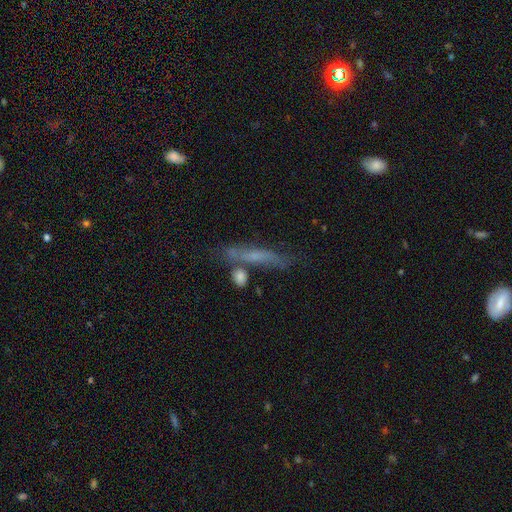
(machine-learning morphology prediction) Smooth or featured: smooth — 47% (featured or disk — 41%)
Merging: none — 58% (minor disturbance — 18%)